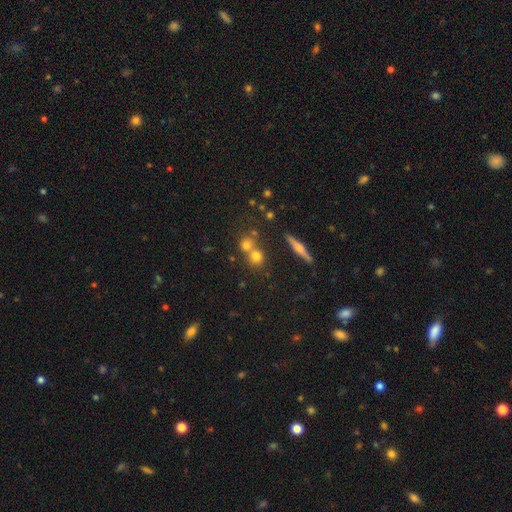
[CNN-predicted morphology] A smooth galaxy with no disk features (66%) that is round (82%). Merging: none (52%).